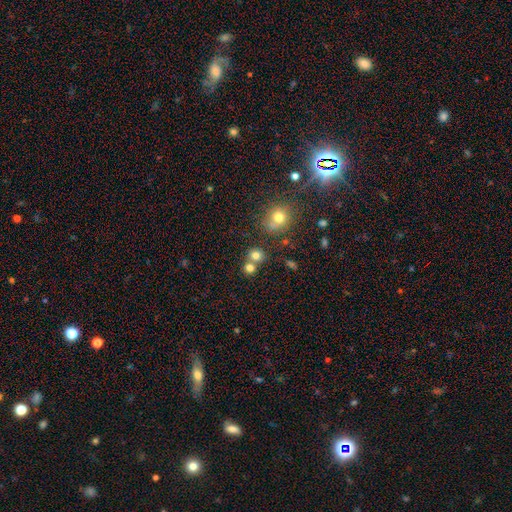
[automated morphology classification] Overall: smooth (76%). How rounded: round (84%). Merging: none (55%; merger 34%).